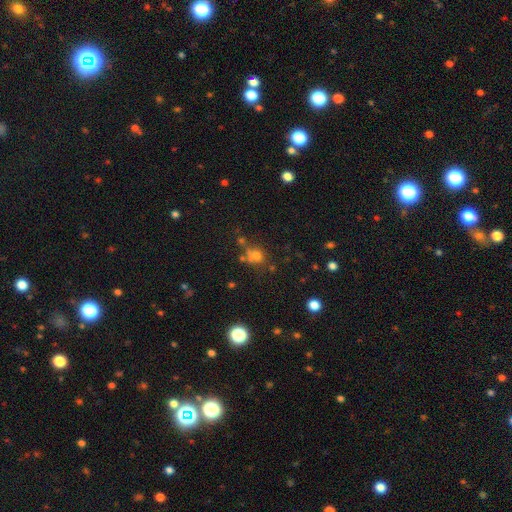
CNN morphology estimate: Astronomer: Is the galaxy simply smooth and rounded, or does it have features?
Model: smooth — 65%.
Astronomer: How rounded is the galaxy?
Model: round — 79%.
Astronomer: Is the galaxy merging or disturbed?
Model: none — 56%.